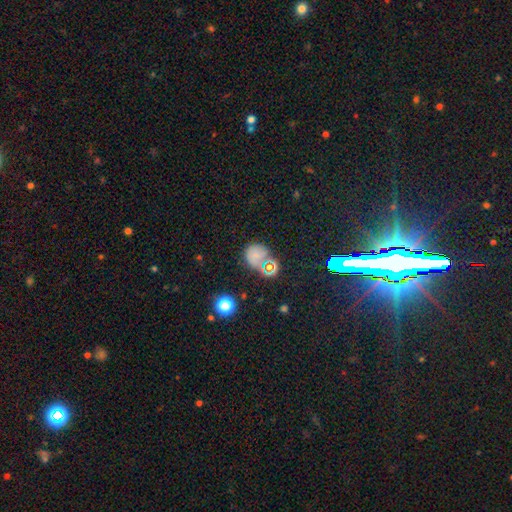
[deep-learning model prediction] Morphology: type=smooth (62%); roundness=round (76%); merging=none (64%).